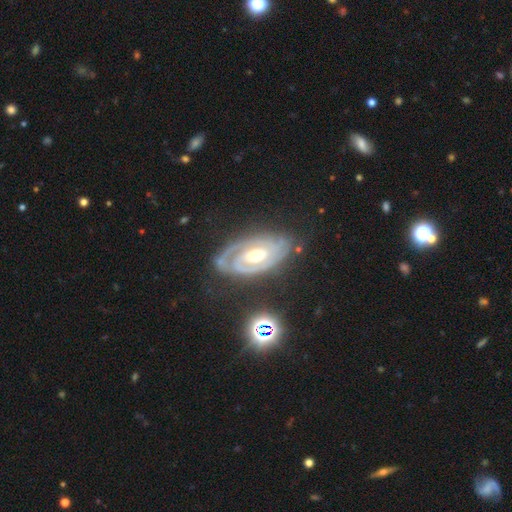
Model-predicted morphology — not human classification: smooth-or-featured: featured or disk: 89% | smooth: 6% | star or artifact: 6%
  disk-edge-on: no: 95% | yes: 5%
    bar: no: 46% | weak: 36% | strong: 18%
    has-spiral-arms: yes: 96% | no: 4%
      spiral-winding: tight: 76% | medium: 20% | loose: 4%
      spiral-arm-count: 2: 62% | can't tell: 14% | 3: 11% | 1: 7% | 4: 3% | more than 4: 3%
    bulge-size: moderate: 67% | small: 26% | large: 5% | none: 1% | dominant: 1%
  merging: none: 73% | minor disturbance: 18% | major disturbance: 7% | merger: 2%